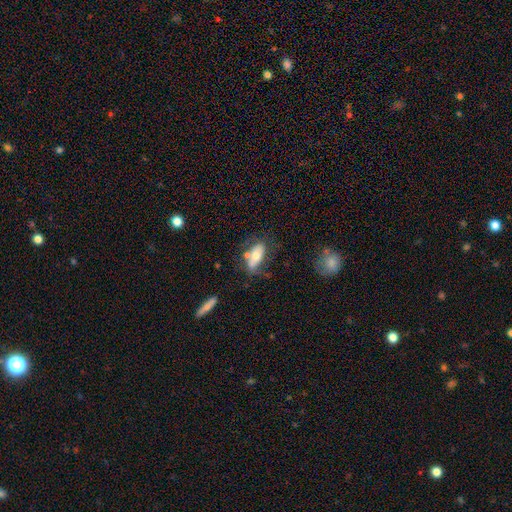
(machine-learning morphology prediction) Smooth or featured? smooth (61%)
How rounded? in between (85%)
Merging? none (42%)